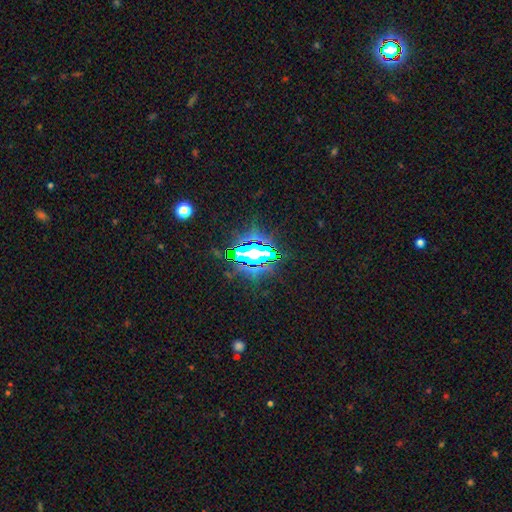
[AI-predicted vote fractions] The model was most divided on "smooth or featured": star or artifact: 71%, smooth: 17%, featured or disk: 12%.